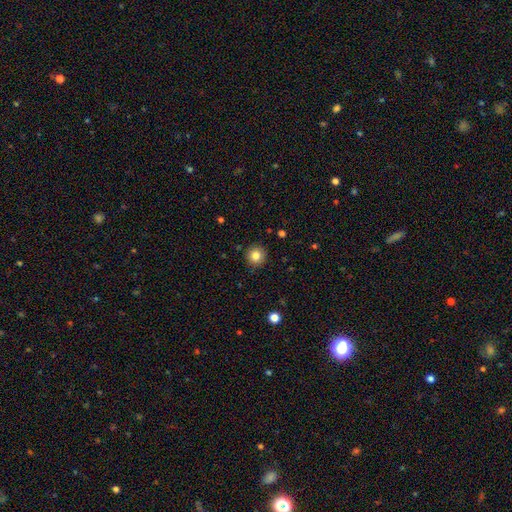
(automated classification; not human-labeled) Smooth or featured?
  - smooth: 83% *
  - star or artifact: 11%
  - featured or disk: 7%
How rounded?
  - round: 94% *
  - in between: 5%
  - cigar-shaped: 1%
Merging?
  - none: 91% *
  - minor disturbance: 6%
  - major disturbance: 2%
  - merger: 1%